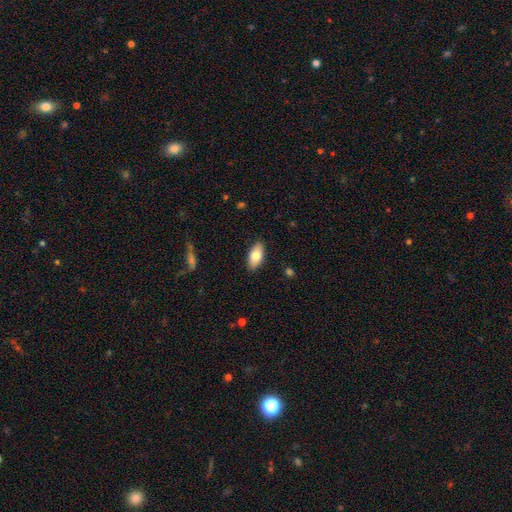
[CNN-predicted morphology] A smooth galaxy with no disk features (80%) that is in between round and cigar-shaped (91%). Merging: none (88%).